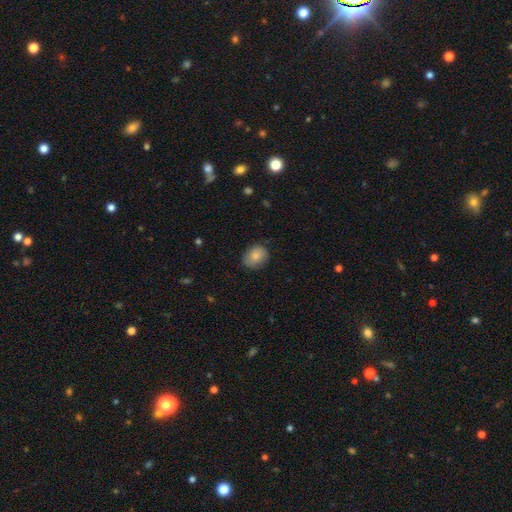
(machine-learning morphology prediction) smooth_or_featured: smooth (p=0.84) [alt: featured or disk p=0.09]
how_rounded: in between (p=0.57) [alt: round p=0.42]
merging: none (p=0.80) [alt: minor disturbance p=0.16]